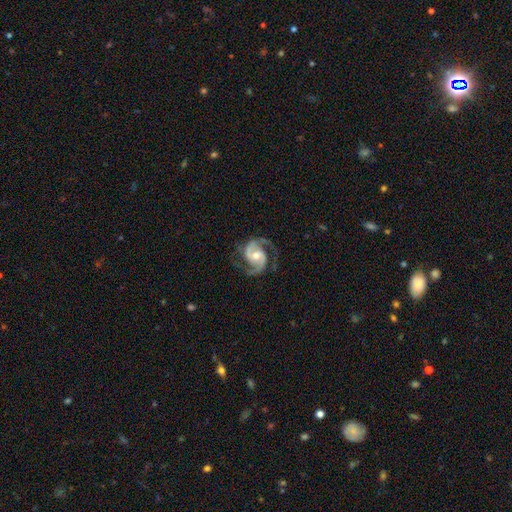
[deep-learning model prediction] A featured or disk galaxy (93%) with no bar (44%), 2 (93%) medium (62%) spiral arms (98%) and a moderate central bulge (65%). Merging: none (77%).